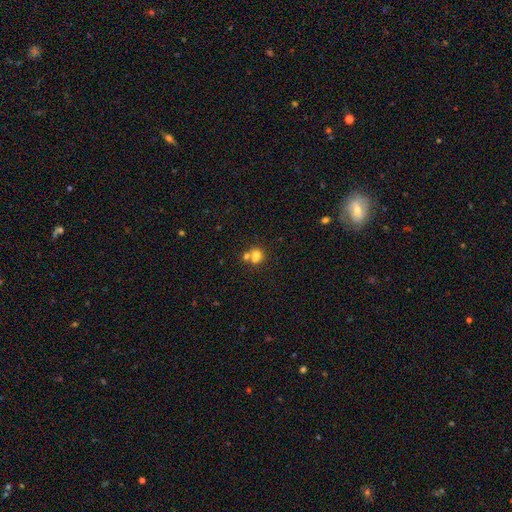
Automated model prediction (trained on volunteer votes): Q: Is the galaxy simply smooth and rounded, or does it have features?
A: smooth — 73%.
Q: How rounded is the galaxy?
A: round — 67%.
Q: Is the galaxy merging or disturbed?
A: merger — 49%.